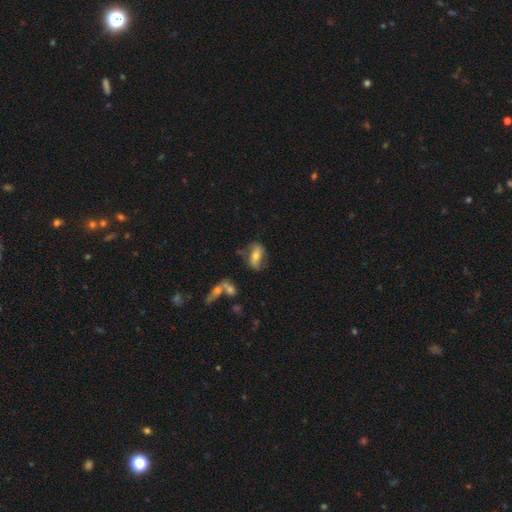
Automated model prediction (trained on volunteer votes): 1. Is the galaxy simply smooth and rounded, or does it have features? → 46% featured or disk (tied), 46% smooth (tied), 9% star or artifact.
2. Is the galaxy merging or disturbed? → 61% none, 22% minor disturbance, 11% major disturbance, 7% merger.